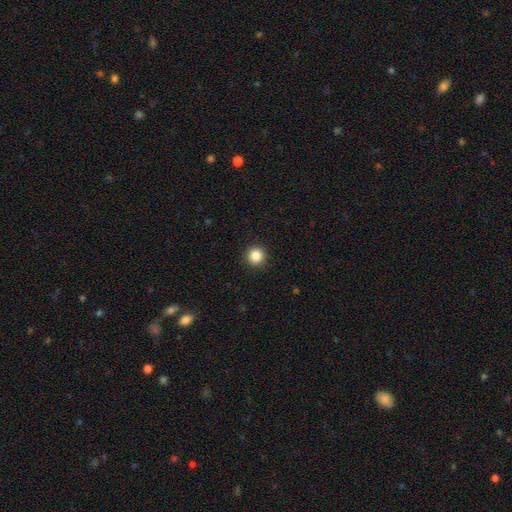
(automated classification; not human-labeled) smooth 85%, star or artifact 11%, featured or disk 4%. Down the decision tree: how rounded — round (95%); merging — none (93%).